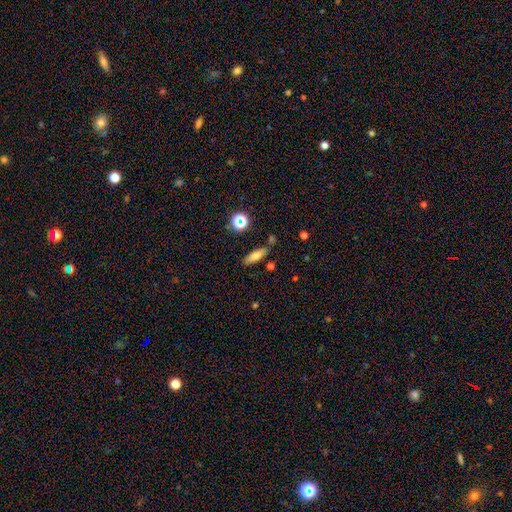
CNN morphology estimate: This appears to be a smooth galaxy with no disk features (68%) that is in between round and cigar-shaped (54%). Merging: none (80%).